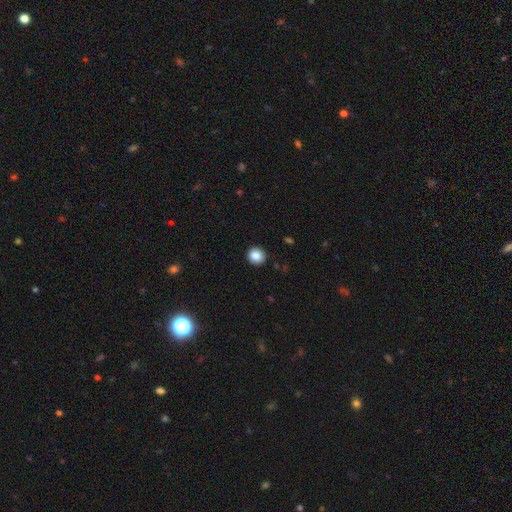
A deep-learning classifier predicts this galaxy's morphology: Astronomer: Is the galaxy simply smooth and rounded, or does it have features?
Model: smooth — 87%.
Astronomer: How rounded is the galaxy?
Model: round — 89%.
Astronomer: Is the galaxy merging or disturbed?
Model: none — 92%.